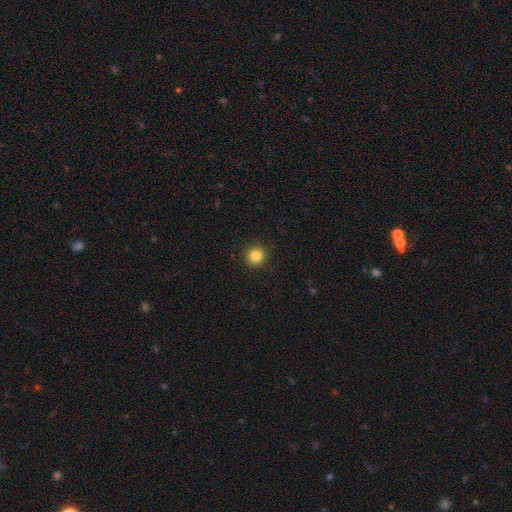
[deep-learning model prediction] A smooth galaxy with no disk features (84%) that is round (95%). Merging: none (93%).